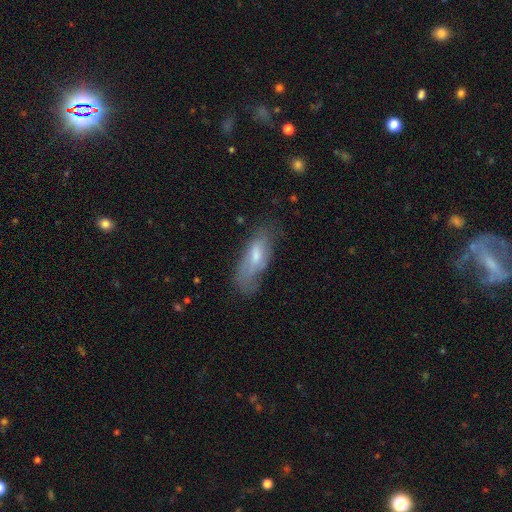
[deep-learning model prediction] Q: Smooth or featured?
A: smooth (59%); runner-up: featured or disk (34%)
Q: How rounded?
A: in between (65%); runner-up: cigar-shaped (33%)
Q: Merging?
A: none (53%); runner-up: minor disturbance (30%)